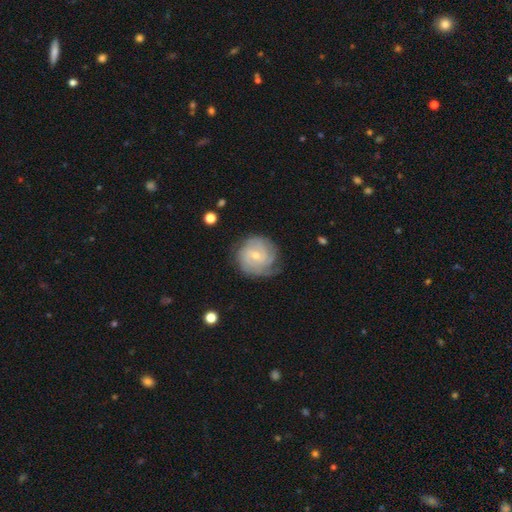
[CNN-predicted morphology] This appears to be a featured or disk galaxy (77%) with no bar (62%), tight (73%) spiral arms (93%) and a small central bulge (58%). Merging: none (68%).